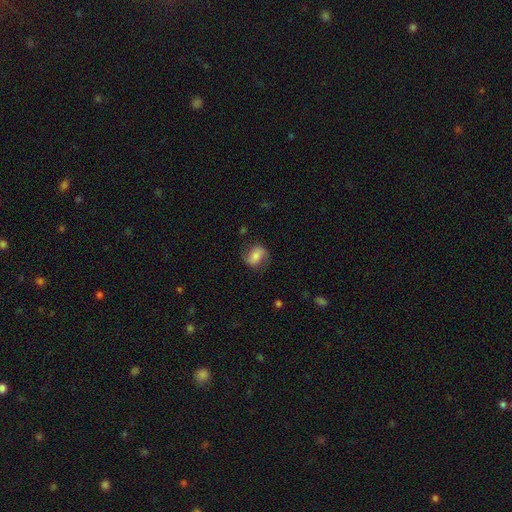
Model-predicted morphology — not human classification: A smooth galaxy with no disk features (52%) that is in between round and cigar-shaped (60%). Merging: none (69%).